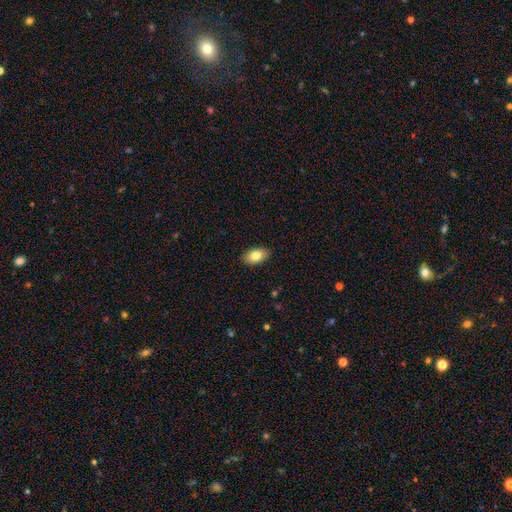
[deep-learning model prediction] Smooth or featured? Predicted: smooth (p=0.81). How rounded? Predicted: in between (p=0.91). Merging? Predicted: none (p=0.88).